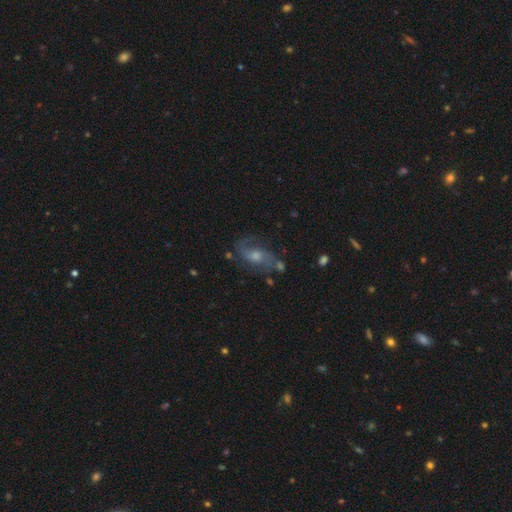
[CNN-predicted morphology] Smooth or featured: featured or disk — 71% (smooth — 16%)
Edge-on disk: no — 94% (yes — 6%)
Bar: no — 57% (weak — 36%)
Spiral arms: yes — 89% (no — 11%)
Spiral winding: medium — 45% (loose — 39%)
Spiral arm count: 2 — 80% (can't tell — 11%)
Bulge size: moderate — 57% (small — 29%)
Merging: none — 66% (minor disturbance — 18%)